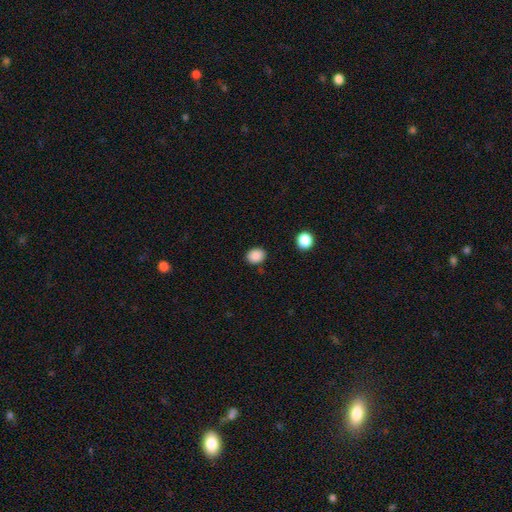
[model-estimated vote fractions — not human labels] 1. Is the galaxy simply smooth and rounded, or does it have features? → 88% smooth, 9% star or artifact, 3% featured or disk.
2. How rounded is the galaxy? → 52% round, 47% in between, 1% cigar-shaped.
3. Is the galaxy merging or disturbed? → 86% none, 9% minor disturbance, 3% major disturbance, 2% merger.